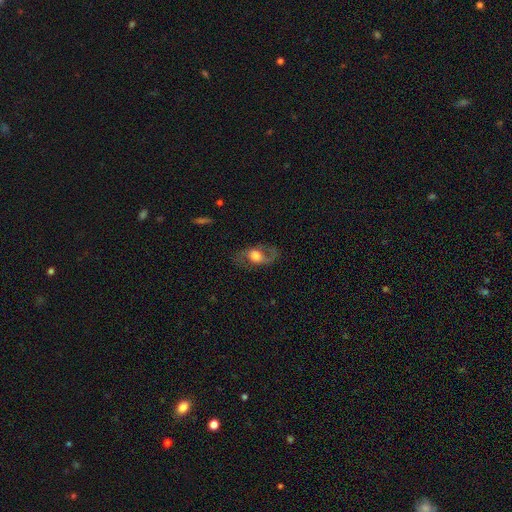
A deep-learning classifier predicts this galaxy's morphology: A featured or disk galaxy (65%) with no bar (61%), spiral arms (78%) and a large central bulge (48%). Merging: none (68%).